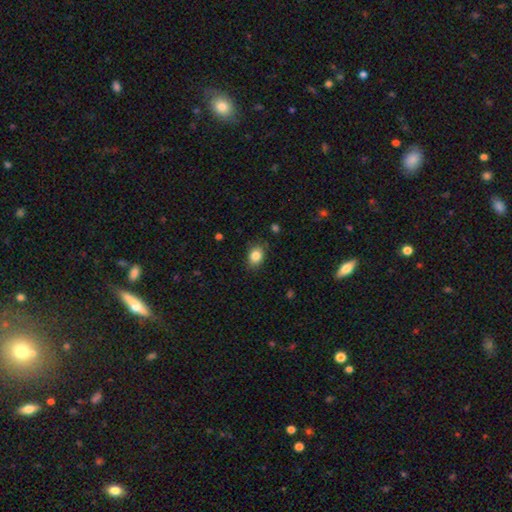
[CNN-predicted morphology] smooth 85%, star or artifact 9%, featured or disk 6%. Down the decision tree: how rounded — in between (65%); merging — none (84%).